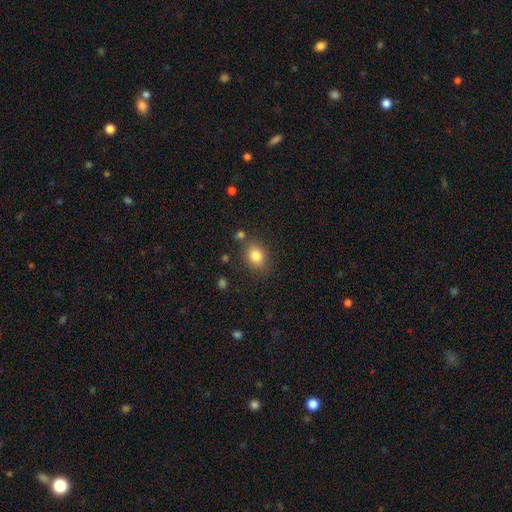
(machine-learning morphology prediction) smooth 82%, star or artifact 10%, featured or disk 8%. Down the decision tree: how rounded — in between (57%); merging — none (78%).